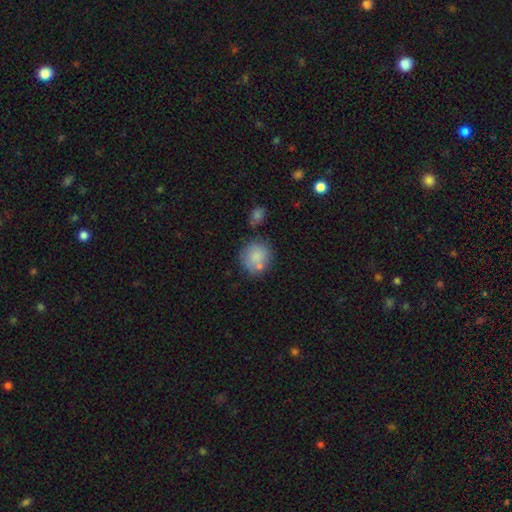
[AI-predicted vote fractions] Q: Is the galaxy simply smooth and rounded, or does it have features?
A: smooth — 80%.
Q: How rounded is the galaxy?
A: round — 86%.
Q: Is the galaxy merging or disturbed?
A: none — 61%.